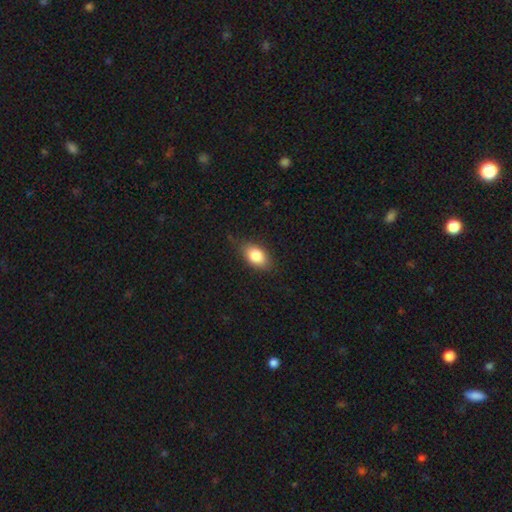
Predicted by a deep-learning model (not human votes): A smooth galaxy with no disk features (83%) that is in between round and cigar-shaped (88%).

Vote fractions:
- Smooth or featured? smooth: 83% / featured or disk: 9% / star or artifact: 7%
- How rounded? in between: 88% / round: 9% / cigar-shaped: 3%
- Merging? none: 77% / minor disturbance: 18% / major disturbance: 4% / merger: 1%